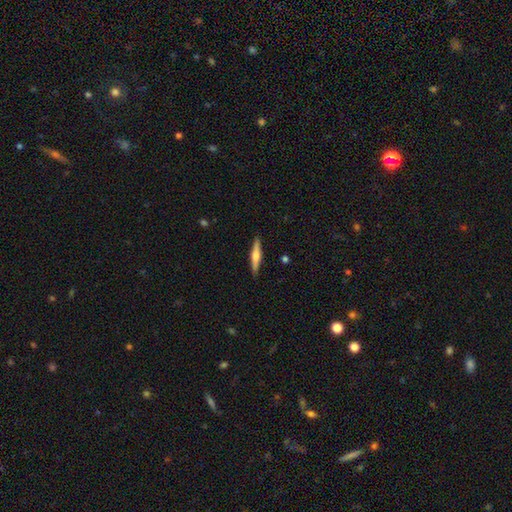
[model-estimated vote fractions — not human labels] Q: Smooth or featured?
A: featured or disk (59%); runner-up: smooth (35%)
Q: Edge-on disk?
A: yes (97%); runner-up: no (3%)
Q: Edge-on bulge?
A: rounded (82%); runner-up: boxy (12%)
Q: Merging?
A: none (91%); runner-up: minor disturbance (7%)